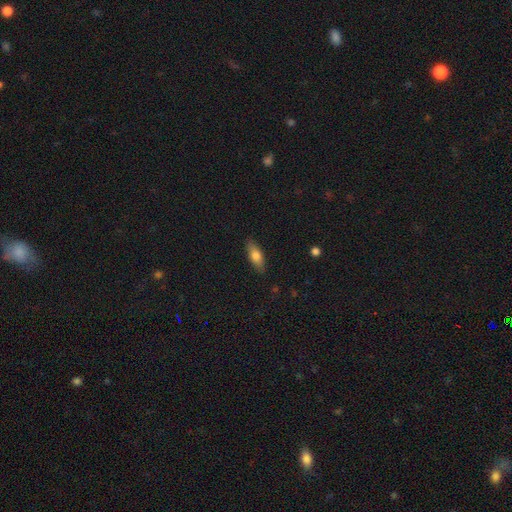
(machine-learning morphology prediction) This is likely a smooth galaxy (73%). How rounded: likely in between (69%). Merging: clearly none (86%).